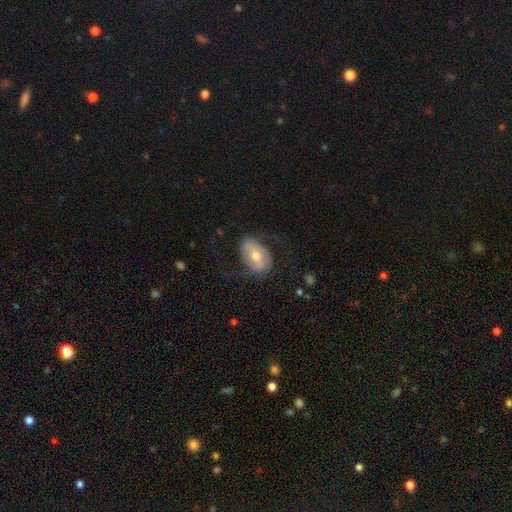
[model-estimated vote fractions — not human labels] Smooth or featured? featured or disk (51%)
Edge-on disk? no (92%)
Merging? none (63%)